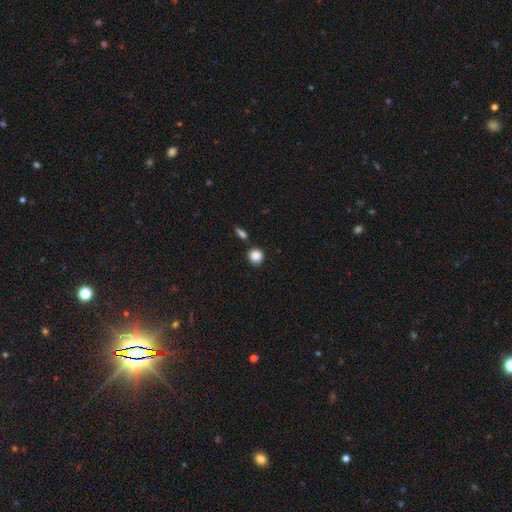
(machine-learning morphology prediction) This is clearly a smooth galaxy (87%). How rounded: clearly round (87%). Merging: clearly none (82%).